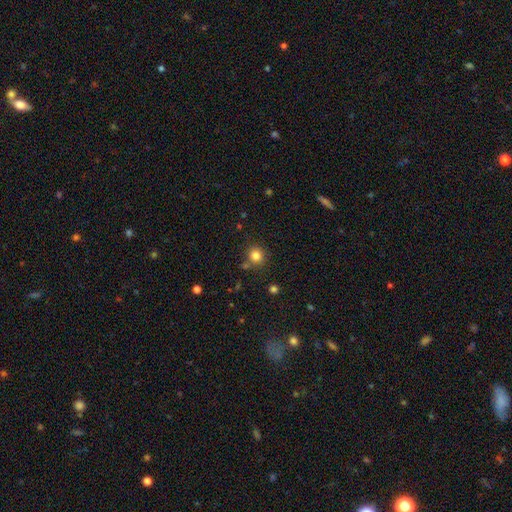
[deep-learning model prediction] Overall: smooth (82%). How rounded: round (90%). Merging: none (80%).